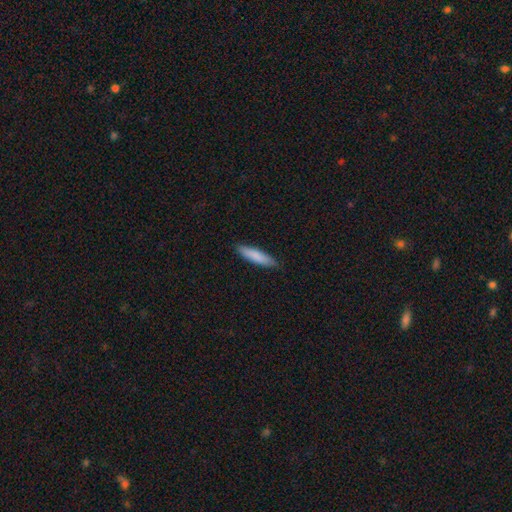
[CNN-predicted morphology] Smooth or featured: smooth — 84% (featured or disk — 11%)
How rounded: cigar-shaped — 79% (in between — 20%)
Merging: none — 87% (minor disturbance — 10%)